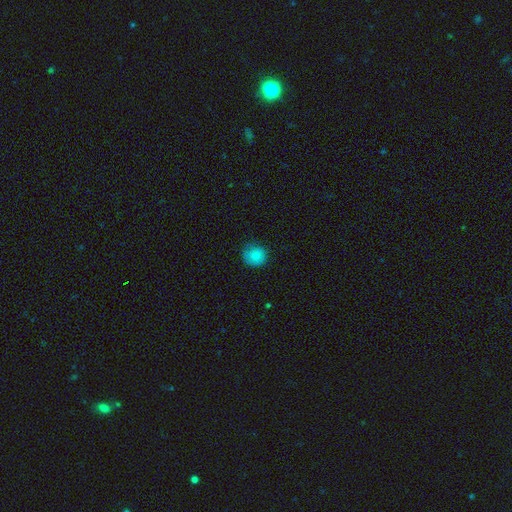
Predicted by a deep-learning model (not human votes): smooth-or-featured: smooth: 85% | star or artifact: 9% | featured or disk: 6%
  how-rounded: round: 88% | in between: 11% | cigar-shaped: 1%
  merging: none: 77% | minor disturbance: 18% | major disturbance: 4% | merger: 1%